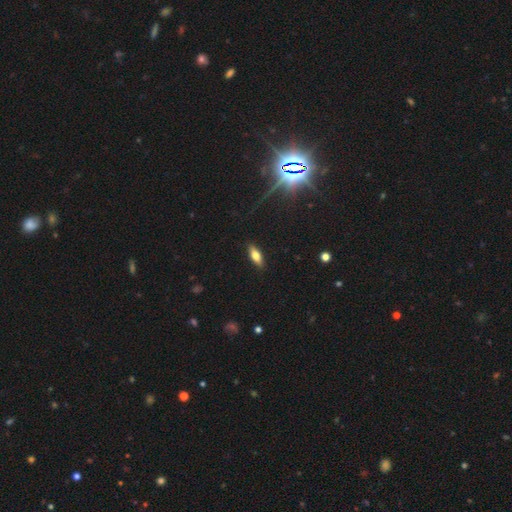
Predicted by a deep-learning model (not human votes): The model was most divided on "how rounded": in between: 68%, cigar-shaped: 30%, round: 3%. More confident: merging — none (88%); smooth or featured — smooth (65%).